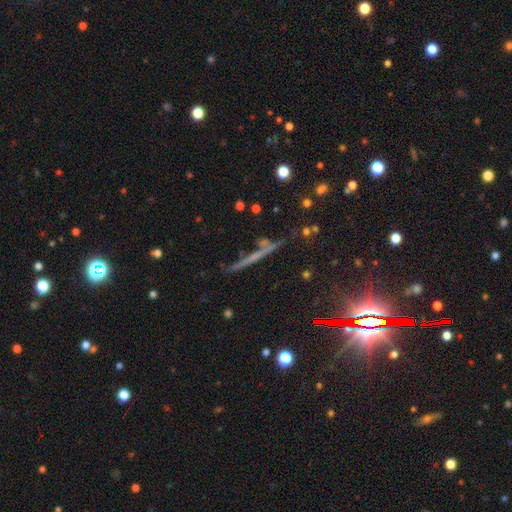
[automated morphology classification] A featured or disk galaxy (44%). Merging: none (73%).